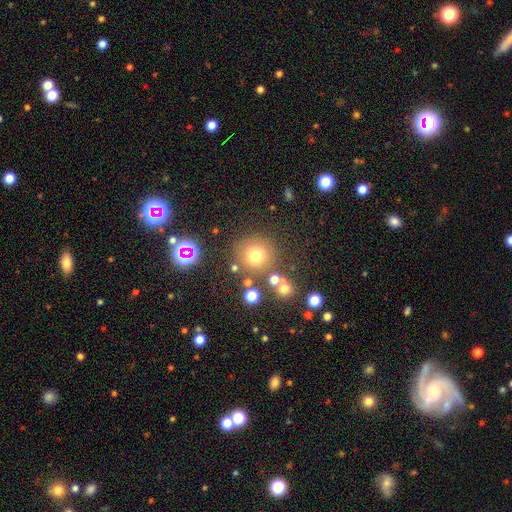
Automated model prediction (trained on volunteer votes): Q: Smooth or featured?
A: smooth (73%); runner-up: star or artifact (18%)
Q: How rounded?
A: round (94%); runner-up: in between (5%)
Q: Merging?
A: none (78%); runner-up: minor disturbance (9%)